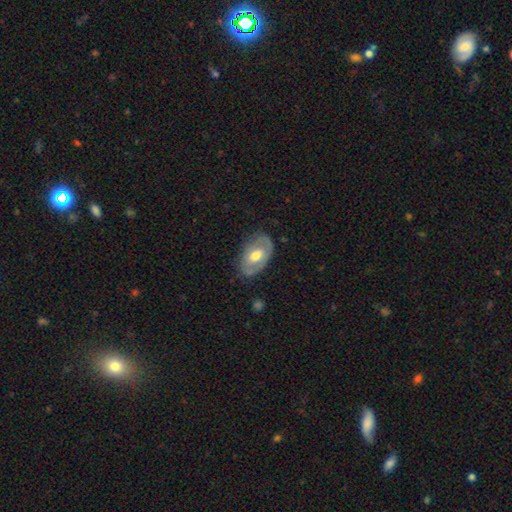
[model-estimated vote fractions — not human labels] The model was most divided on "smooth or featured": featured or disk: 53%, smooth: 41%, star or artifact: 6%. More confident: edge-on disk — no (90%); merging — none (74%).